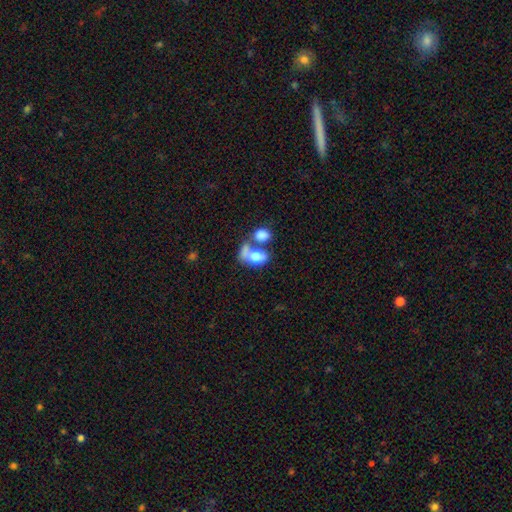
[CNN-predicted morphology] The model was most divided on "merging": merger: 58%, none: 20%, major disturbance: 12%, minor disturbance: 10%. More confident: how rounded — in between (85%); smooth or featured — smooth (72%).